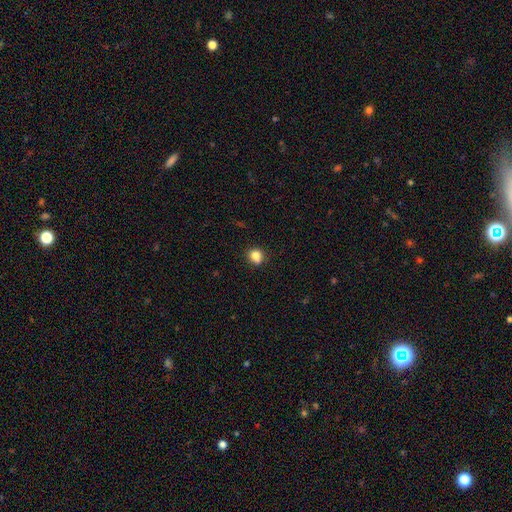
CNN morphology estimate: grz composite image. It shows a smooth galaxy with no disk features (83%) that is round (76%). Merging: none (75%).